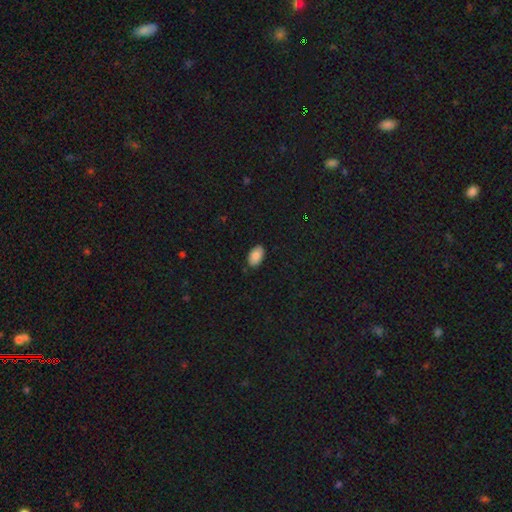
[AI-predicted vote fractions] Smooth or featured? smooth (85%)
How rounded? in between (93%)
Merging? none (86%)